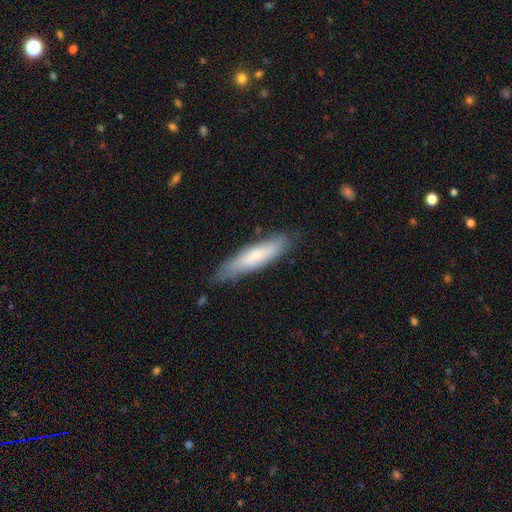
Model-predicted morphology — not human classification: Smooth or featured? Predicted: smooth (p=0.67). How rounded? Predicted: cigar-shaped (p=0.73). Merging? Predicted: none (p=0.74).